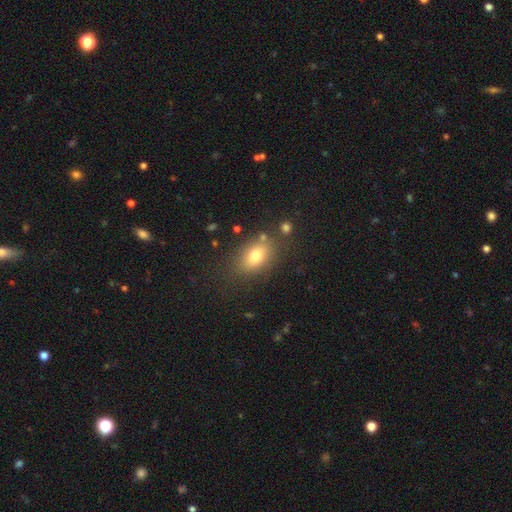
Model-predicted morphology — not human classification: This is likely a smooth galaxy (75%). How rounded: likely in between (78%). Merging: likely none (75%).